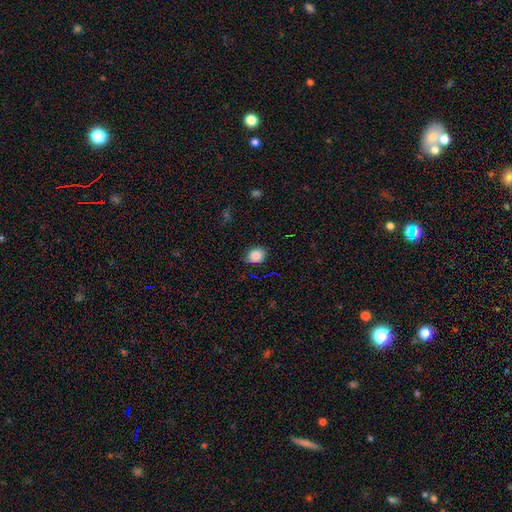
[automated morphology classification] Smooth or featured: smooth — 86% (star or artifact — 9%)
How rounded: in between — 51% (round — 48%)
Merging: none — 81% (minor disturbance — 15%)